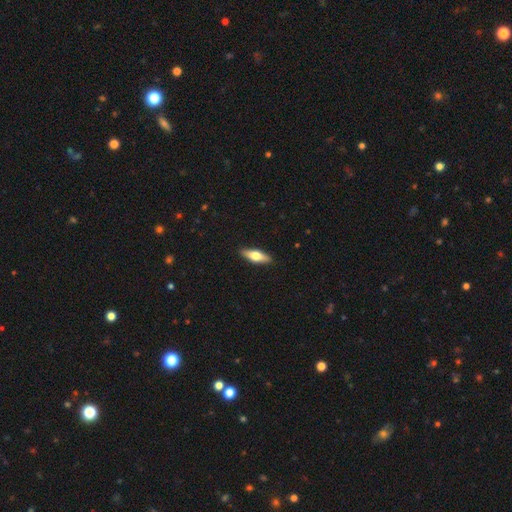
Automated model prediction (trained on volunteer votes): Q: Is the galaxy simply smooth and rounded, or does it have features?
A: smooth — 56%.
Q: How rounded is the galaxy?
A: in between — 51%.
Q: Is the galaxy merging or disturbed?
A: none — 90%.